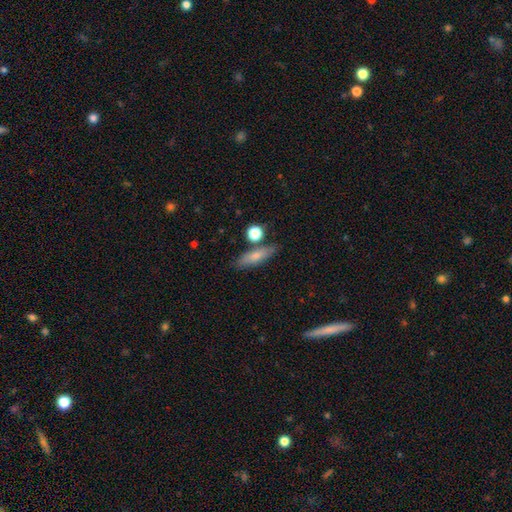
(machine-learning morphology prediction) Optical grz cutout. It shows a smooth galaxy with no disk features (73%) that is cigar-shaped (59%). Merging: none (76%).